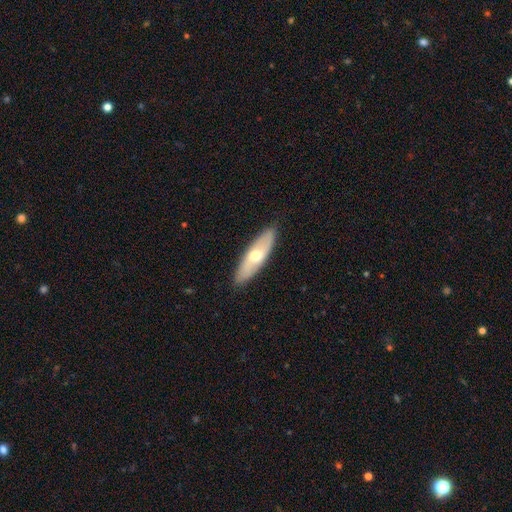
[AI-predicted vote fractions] Morphology: type=smooth (53%); roundness=in between (49%); merging=none (88%).